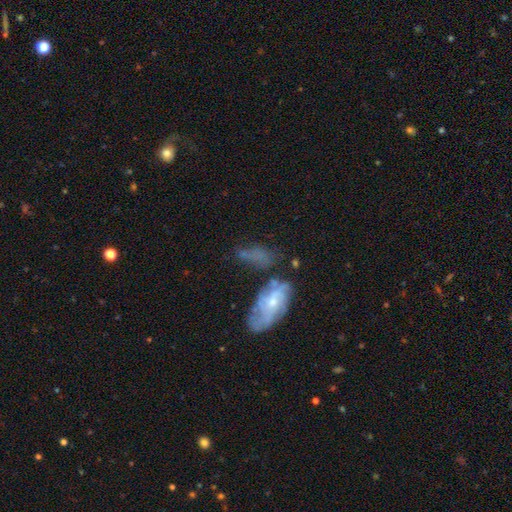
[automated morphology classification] Smooth or featured: featured or disk — 45% (smooth — 41%)
Merging: none — 42% (minor disturbance — 23%)